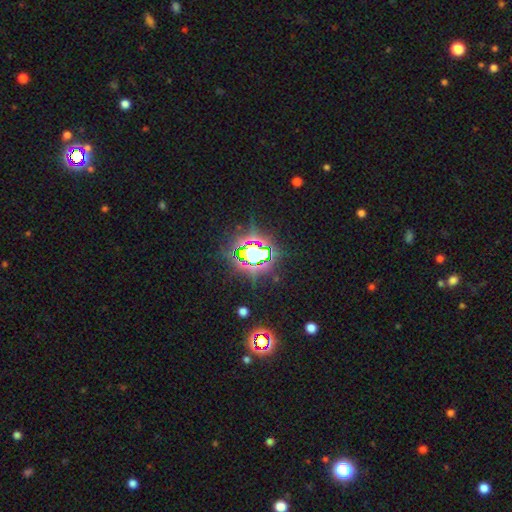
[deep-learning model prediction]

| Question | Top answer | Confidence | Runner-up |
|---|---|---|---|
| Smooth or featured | star or artifact | 73% | smooth (15%) |